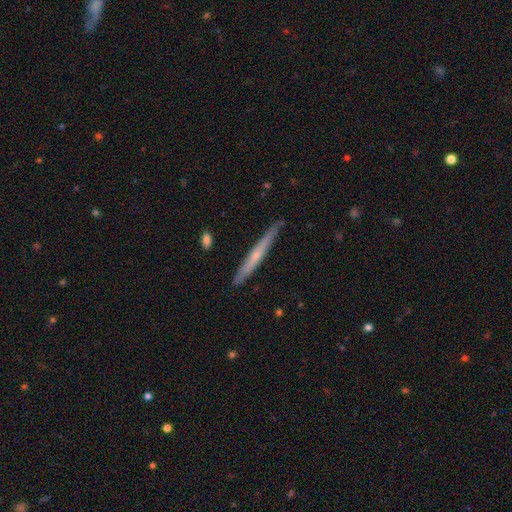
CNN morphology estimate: Overall: featured or disk (55%; smooth 39%). Edge-on disk: yes (95%). Edge-on bulge: none (51%; rounded 45%). Merging: none (87%).